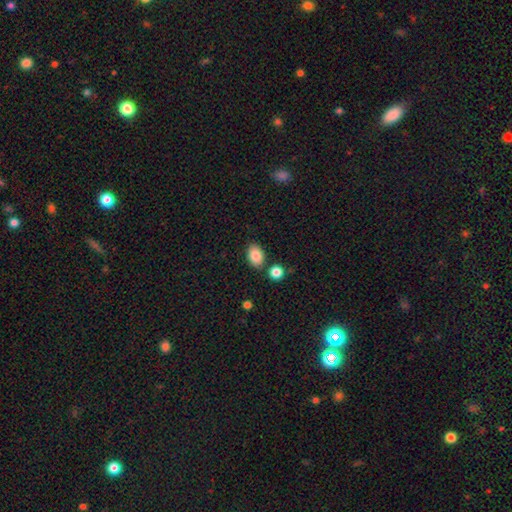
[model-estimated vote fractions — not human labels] This is clearly a smooth galaxy (85%). How rounded: clearly in between (81%). Merging: likely none (80%).